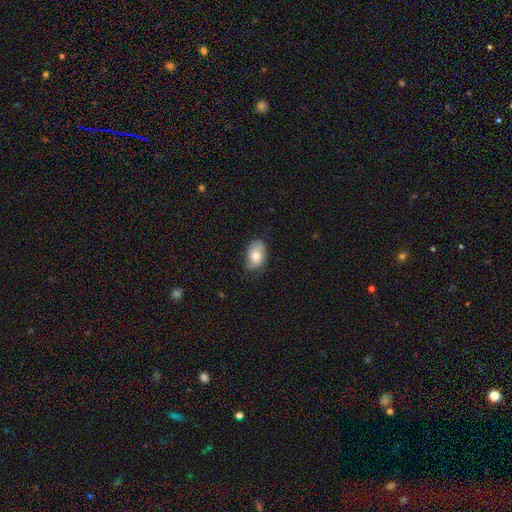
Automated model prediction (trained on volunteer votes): A smooth galaxy with no disk features (72%) that is in between round and cigar-shaped (88%). Merging: none (64%).